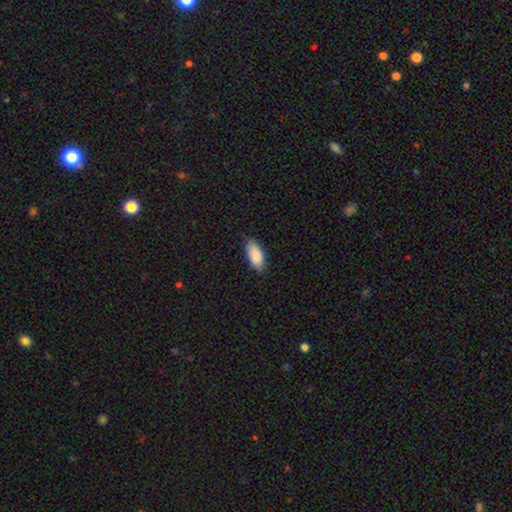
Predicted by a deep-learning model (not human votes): Q: Smooth or featured?
A: smooth (88%); runner-up: star or artifact (6%)
Q: How rounded?
A: in between (88%); runner-up: cigar-shaped (10%)
Q: Merging?
A: none (81%); runner-up: minor disturbance (16%)